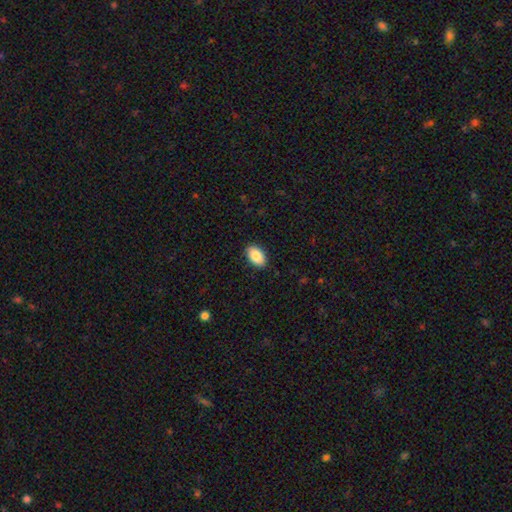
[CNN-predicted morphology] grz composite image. It shows a smooth galaxy with no disk features (86%) that is in between round and cigar-shaped (92%). Merging: none (88%).